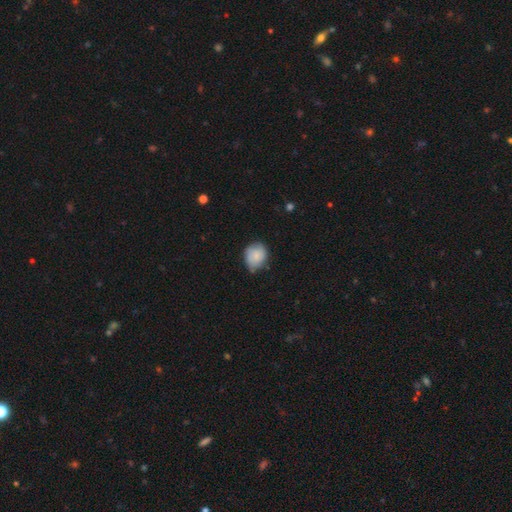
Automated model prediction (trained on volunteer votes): A smooth galaxy with no disk features (75%) that is round (60%). Merging: none (54%).